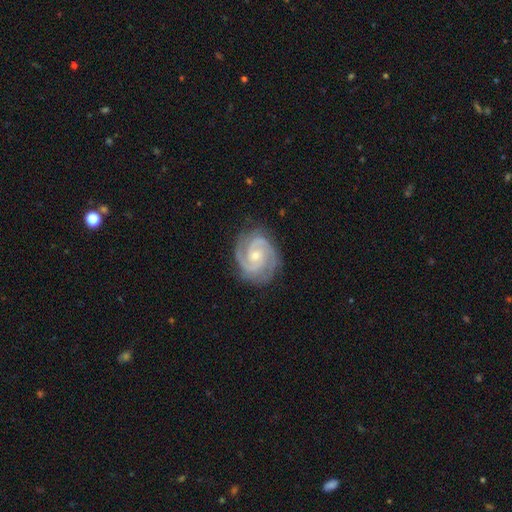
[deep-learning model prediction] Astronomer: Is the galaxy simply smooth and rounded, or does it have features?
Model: featured or disk — 92%.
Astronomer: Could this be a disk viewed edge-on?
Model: no — 98%.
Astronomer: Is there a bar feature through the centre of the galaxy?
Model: no — 60%.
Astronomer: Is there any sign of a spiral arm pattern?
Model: yes — 98%.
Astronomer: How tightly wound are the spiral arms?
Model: tight — 58% (runner-up: medium, 37%).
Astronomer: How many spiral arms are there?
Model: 2 — 65%.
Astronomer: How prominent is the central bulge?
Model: small — 62%.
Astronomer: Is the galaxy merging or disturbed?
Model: none — 81%.